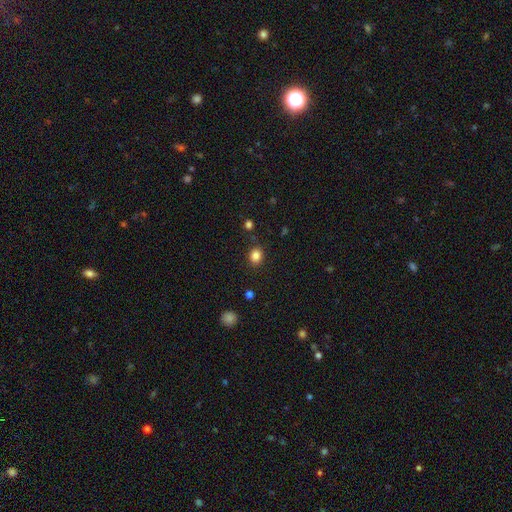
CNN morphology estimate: smooth 83%, star or artifact 12%, featured or disk 5%. Down the decision tree: how rounded — round (64%); merging — none (86%).